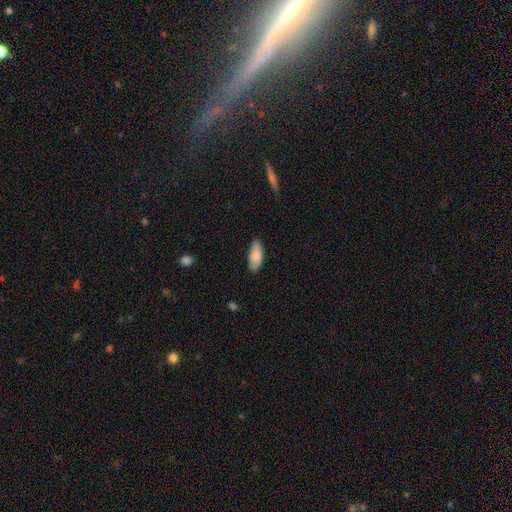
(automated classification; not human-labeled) This is clearly a smooth galaxy (82%). How rounded: clearly in between (84%). Merging: clearly none (84%).